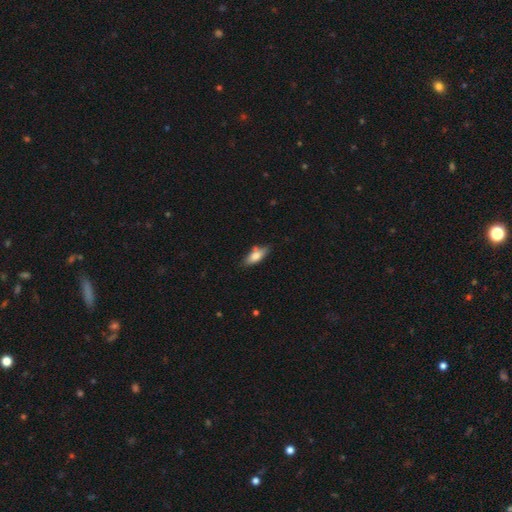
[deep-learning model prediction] Smooth or featured?
  - smooth: 73% *
  - featured or disk: 20%
  - star or artifact: 7%
How rounded?
  - in between: 74% *
  - cigar-shaped: 24%
  - round: 3%
Merging?
  - none: 72% *
  - minor disturbance: 20%
  - merger: 4%
  - major disturbance: 4%